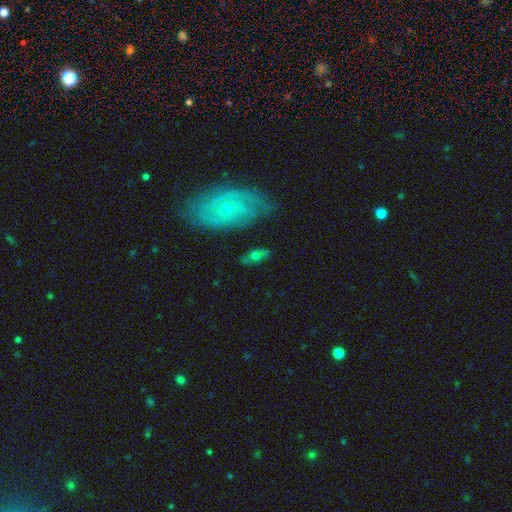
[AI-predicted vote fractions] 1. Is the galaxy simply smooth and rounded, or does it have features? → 52% smooth, 39% featured or disk, 9% star or artifact.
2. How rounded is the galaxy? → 82% in between, 9% cigar-shaped, 9% round.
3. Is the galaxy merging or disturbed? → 69% none, 17% minor disturbance, 7% merger, 7% major disturbance.